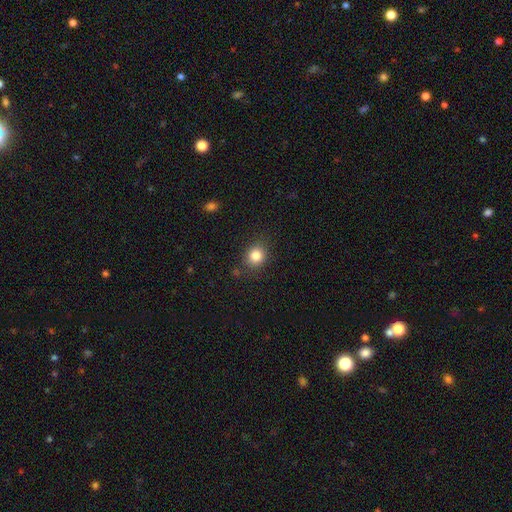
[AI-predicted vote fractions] Overall: smooth (84%). How rounded: round (73%). Merging: none (83%).